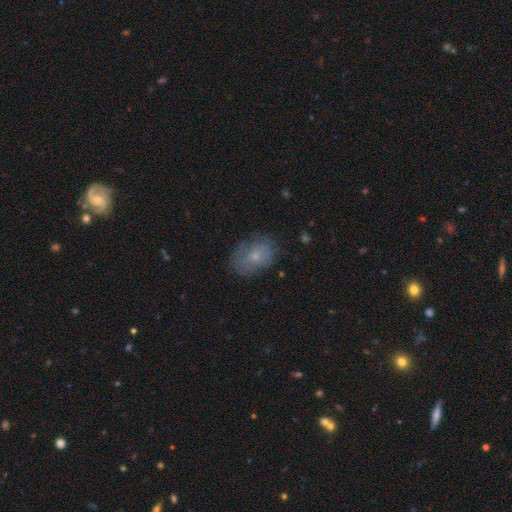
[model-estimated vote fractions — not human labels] smooth_or_featured: smooth (p=0.63) [alt: featured or disk p=0.27]
how_rounded: in between (p=0.77) [alt: round p=0.22]
merging: none (p=0.63) [alt: minor disturbance p=0.25]